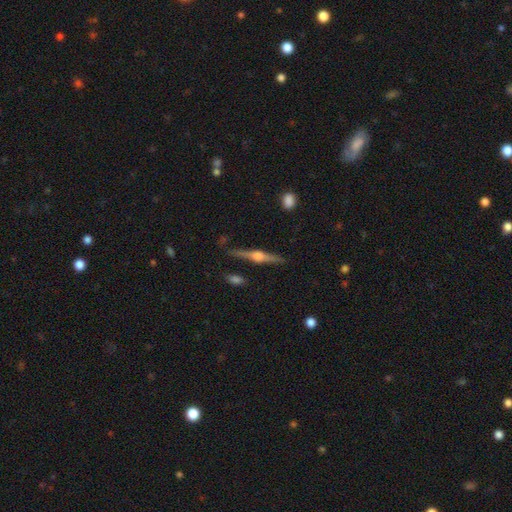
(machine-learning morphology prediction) A featured or disk galaxy (81%) viewed edge-on (98%) with a rounded central bulge (90%).

Vote fractions:
- Smooth or featured? featured or disk: 81% / smooth: 13% / star or artifact: 6%
- Edge-on disk? yes: 98% / no: 2%
- Edge-on bulge? rounded: 90% / boxy: 7% / none: 2%
- Merging? none: 87% / minor disturbance: 9% / major disturbance: 2% / merger: 2%